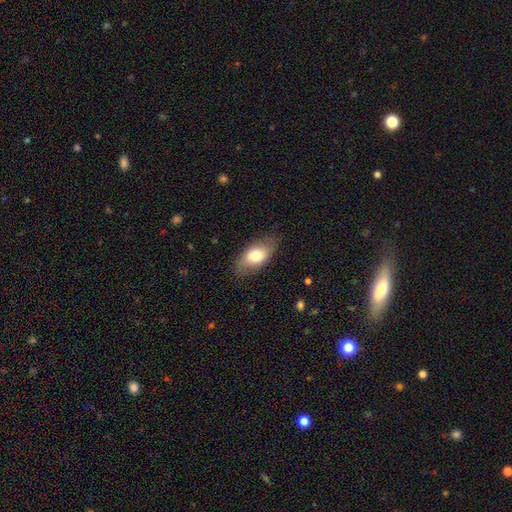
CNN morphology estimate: smooth_or_featured: smooth (p=0.72) [alt: featured or disk p=0.22]
how_rounded: in between (p=0.90) [alt: round p=0.06]
merging: none (p=0.81) [alt: minor disturbance p=0.14]